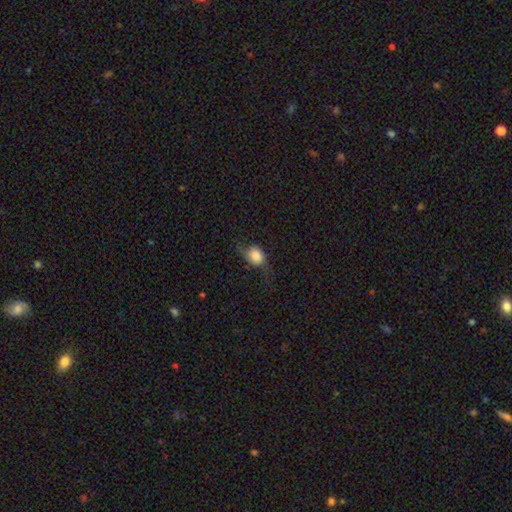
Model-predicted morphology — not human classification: Smooth or featured? smooth (63%)
How rounded? round (54%)
Merging? none (48%)